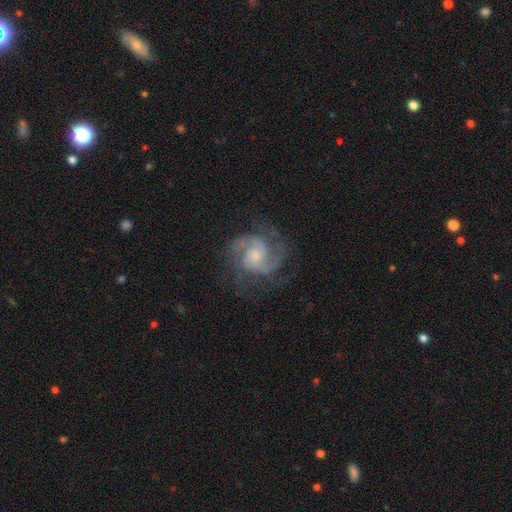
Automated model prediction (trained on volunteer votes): A featured or disk galaxy (89%) with no bar (63%), 2 (63%) medium (50%) spiral arms (98%) and a small central bulge (56%). Merging: none (70%).